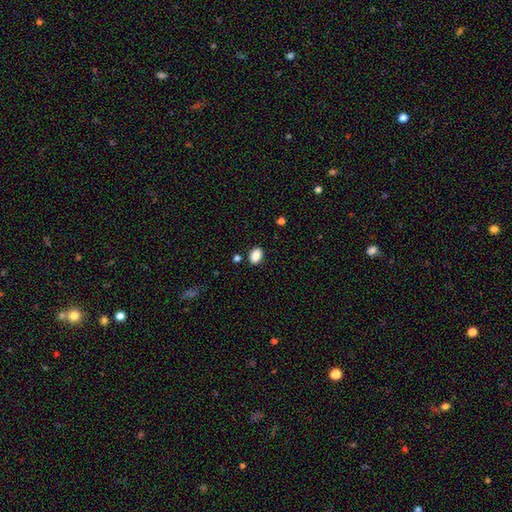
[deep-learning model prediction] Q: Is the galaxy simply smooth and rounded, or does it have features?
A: smooth — 88%.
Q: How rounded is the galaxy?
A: in between — 84%.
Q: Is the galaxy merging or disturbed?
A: none — 85%.